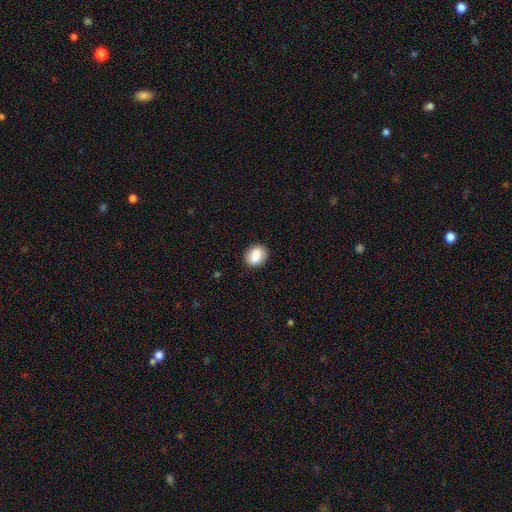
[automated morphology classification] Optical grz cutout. It shows a smooth galaxy with no disk features (83%) that is in between round and cigar-shaped (52%). Merging: none (85%).